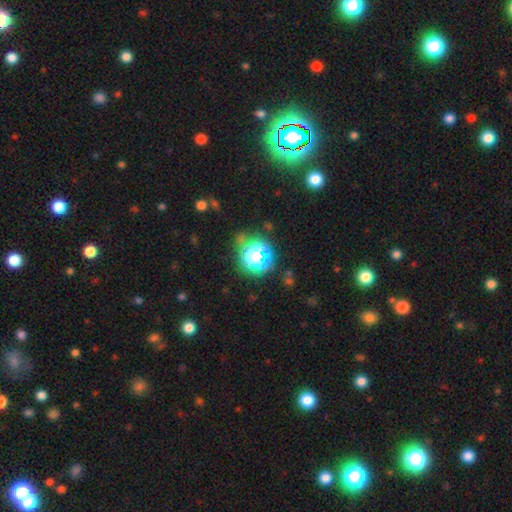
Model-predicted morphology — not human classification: Overall: star or artifact (66%; smooth 27%).